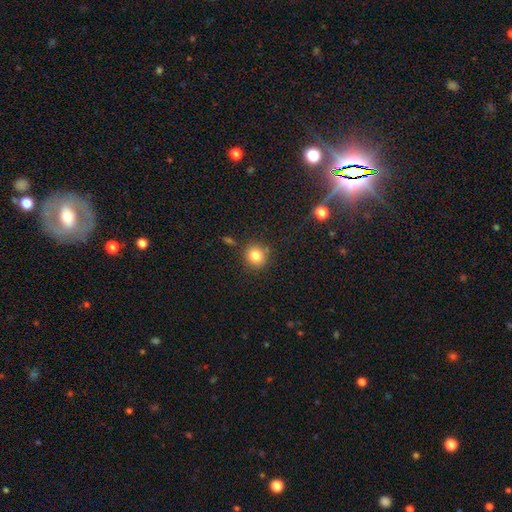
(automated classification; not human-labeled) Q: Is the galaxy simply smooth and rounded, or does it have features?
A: smooth — 82%.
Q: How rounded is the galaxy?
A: round — 87%.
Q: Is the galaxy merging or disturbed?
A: none — 83%.